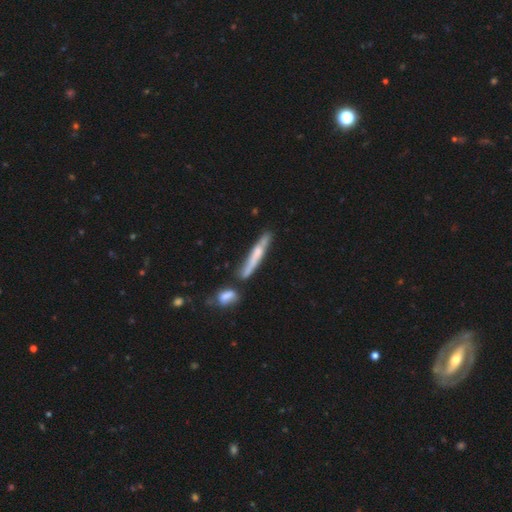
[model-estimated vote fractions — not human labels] Overall: featured or disk (48%; smooth 46%). Merging: none (62%).